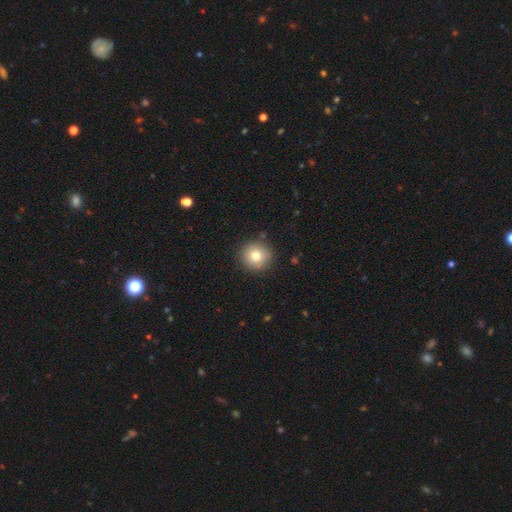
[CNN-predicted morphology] A smooth galaxy with no disk features (78%) that is round (92%).

Vote fractions:
- Smooth or featured? smooth: 78% / featured or disk: 11% / star or artifact: 11%
- How rounded? round: 92% / in between: 8% / cigar-shaped: 1%
- Merging? none: 88% / minor disturbance: 8% / major disturbance: 2% / merger: 2%